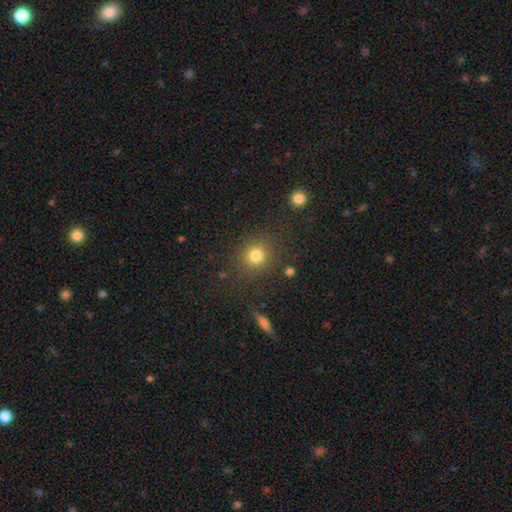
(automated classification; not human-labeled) A smooth galaxy with no disk features (81%) that is round (88%). Merging: none (83%).